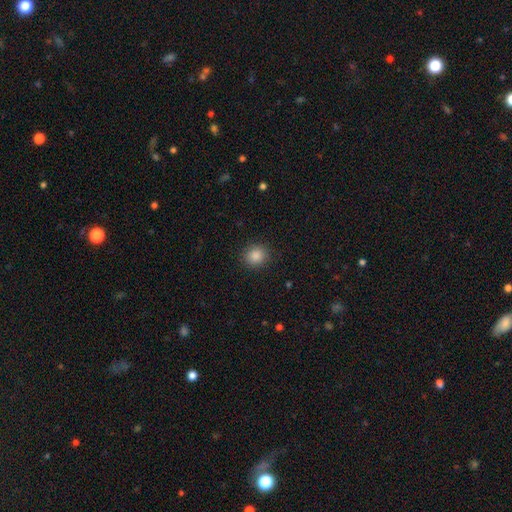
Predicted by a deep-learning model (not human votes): smooth 86%, star or artifact 10%, featured or disk 4%. Down the decision tree: how rounded — round (79%); merging — none (89%).